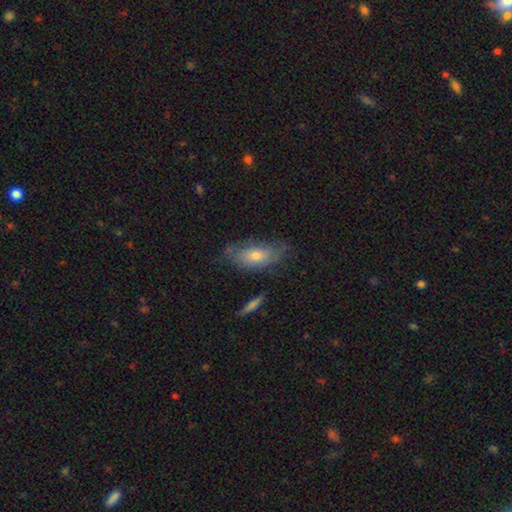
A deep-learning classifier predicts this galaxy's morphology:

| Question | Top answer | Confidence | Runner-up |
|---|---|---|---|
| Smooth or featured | smooth | 56% | featured or disk (37%) |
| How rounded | in between | 85% | cigar-shaped (11%) |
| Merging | none | 58% | minor disturbance (28%) |